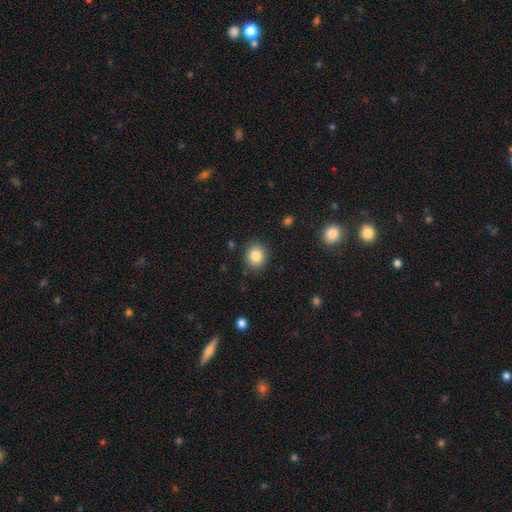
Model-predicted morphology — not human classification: The model was most divided on "how rounded": round: 76%, in between: 23%, cigar-shaped: 1%. More confident: merging — none (87%); smooth or featured — smooth (84%).